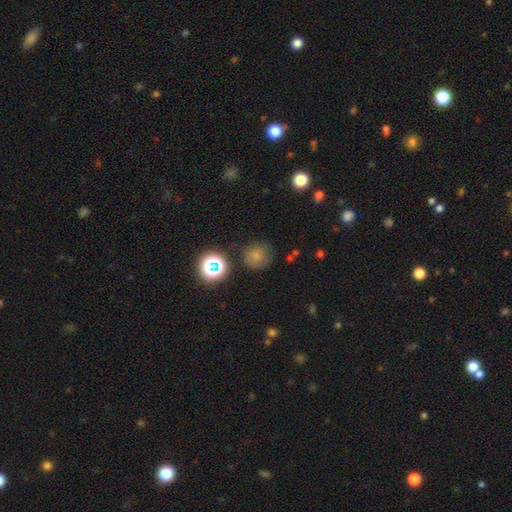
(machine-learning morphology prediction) type=smooth (72%); roundness=round (89%); merging=none (72%).